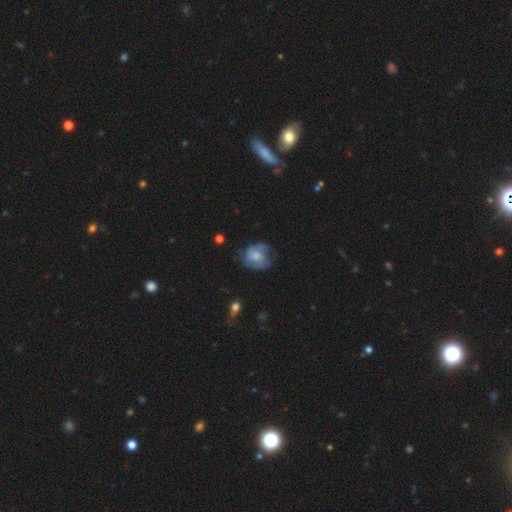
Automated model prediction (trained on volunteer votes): This is possibly a featured or disk galaxy (51%). It is clearly not viewed edge-on (97%). Merging: possibly none (57%).